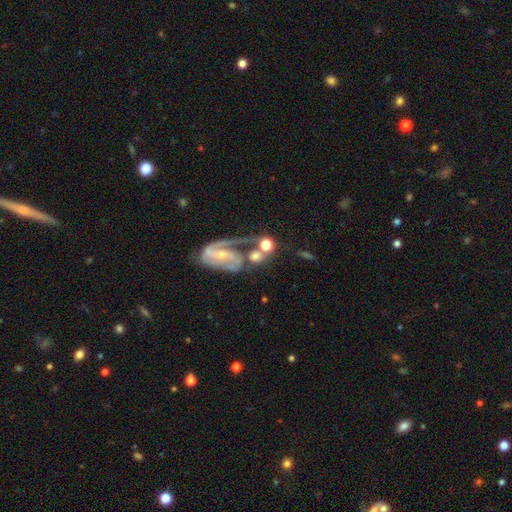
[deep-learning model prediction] Q: Smooth or featured?
A: featured or disk (51%); runner-up: smooth (39%)
Q: Edge-on disk?
A: no (95%); runner-up: yes (5%)
Q: Merging?
A: none (37%); runner-up: merger (35%)